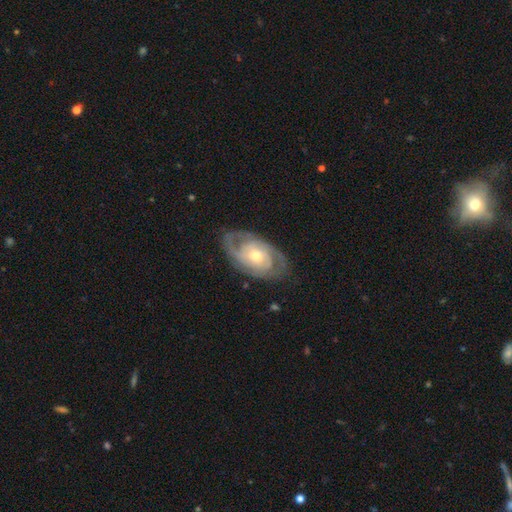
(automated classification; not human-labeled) The model was most divided on "bulge size": moderate: 57%, small: 37%, large: 4%, none: 1%, dominant: 1%. More confident: edge-on disk — no (95%); spiral arms — yes (91%); smooth or featured — featured or disk (82%); merging — none (75%); bar — no (74%); spiral arm count — 2 (58%); spiral winding — tight (56%).